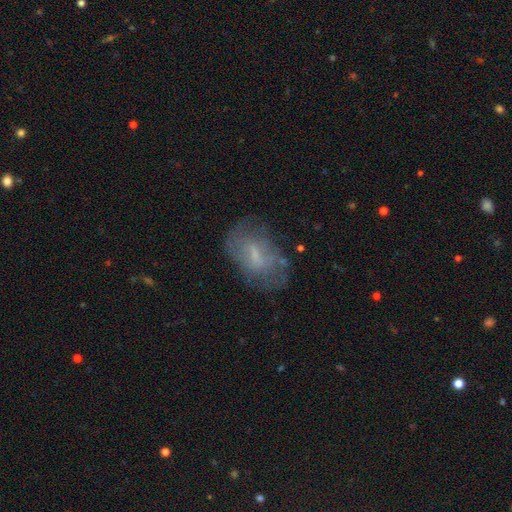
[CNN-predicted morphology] The model was most divided on "smooth or featured": featured or disk: 50%, smooth: 40%, star or artifact: 10%. More confident: edge-on disk — no (94%); merging — none (59%).